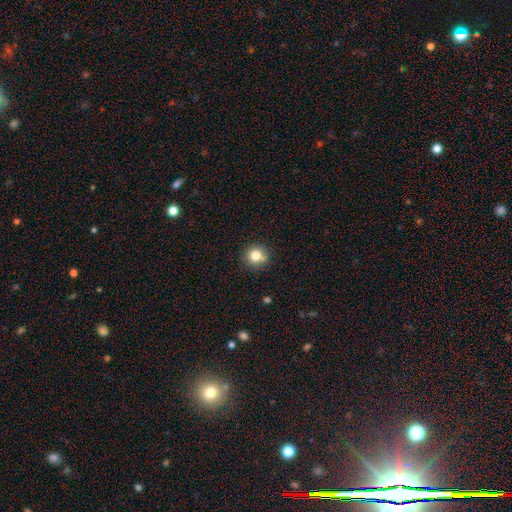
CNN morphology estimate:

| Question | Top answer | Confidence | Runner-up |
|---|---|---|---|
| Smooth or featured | smooth | 80% | star or artifact (12%) |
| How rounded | round | 90% | in between (9%) |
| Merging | none | 80% | minor disturbance (12%) |